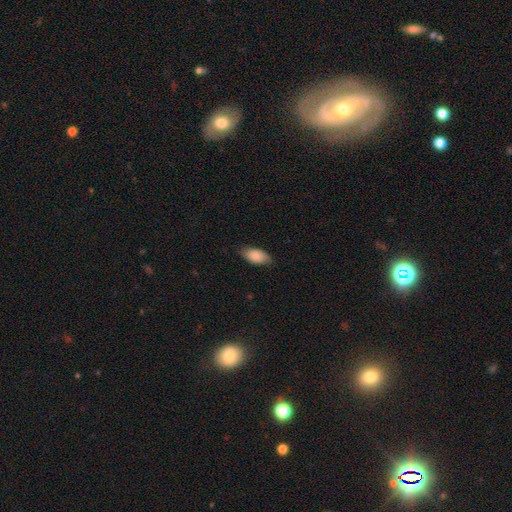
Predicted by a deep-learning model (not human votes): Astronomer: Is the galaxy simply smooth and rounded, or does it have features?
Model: smooth — 85%.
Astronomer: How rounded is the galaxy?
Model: in between — 92%.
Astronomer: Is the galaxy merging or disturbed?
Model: none — 78%.